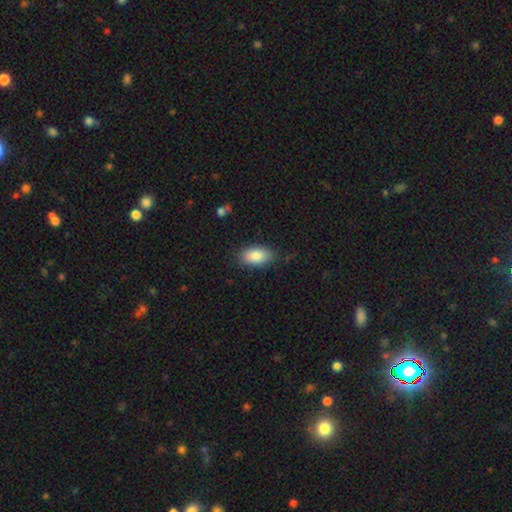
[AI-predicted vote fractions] Smooth or featured? smooth (86%)
How rounded? in between (93%)
Merging? none (83%)